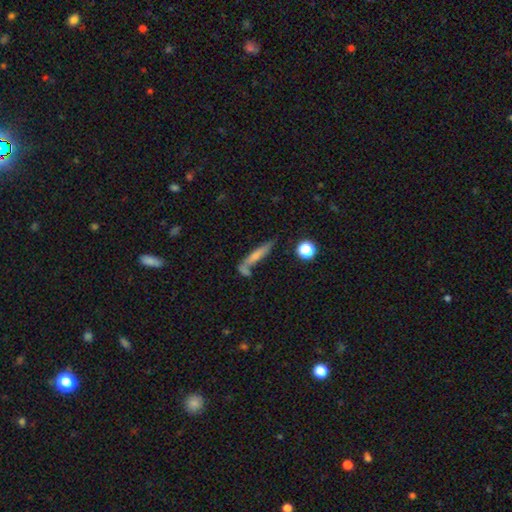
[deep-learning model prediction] Smooth or featured?
  - smooth: 59% *
  - featured or disk: 32%
  - star or artifact: 9%
How rounded?
  - cigar-shaped: 85% *
  - in between: 12%
  - round: 4%
Merging?
  - none: 51% *
  - merger: 22%
  - minor disturbance: 18%
  - major disturbance: 9%